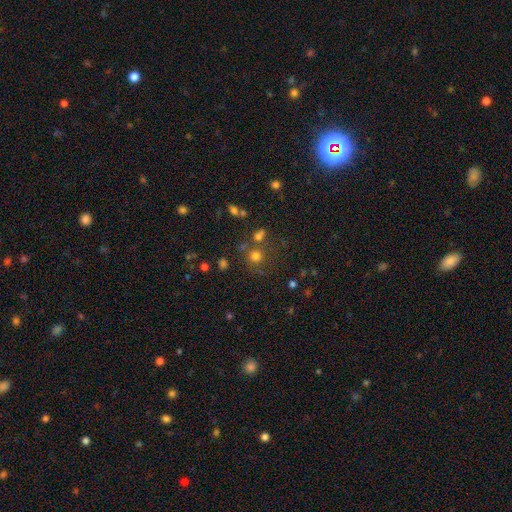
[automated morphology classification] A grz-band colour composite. It shows a smooth galaxy with no disk features (70%) that is round (90%). Merging: none (71%).